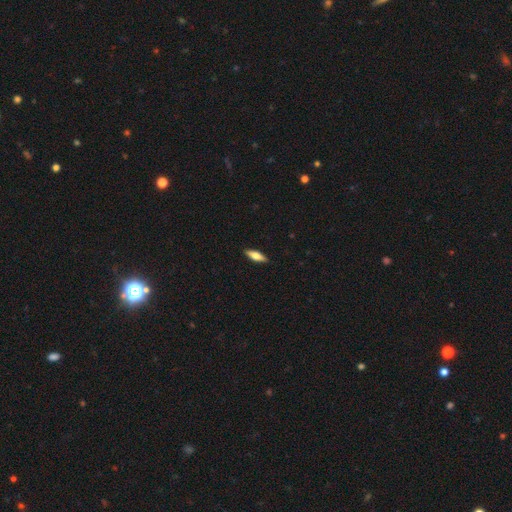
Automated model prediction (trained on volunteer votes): Smooth or featured?
  - smooth: 63% *
  - featured or disk: 30%
  - star or artifact: 6%
How rounded?
  - in between: 55% *
  - cigar-shaped: 42%
  - round: 3%
Merging?
  - none: 90% *
  - minor disturbance: 8%
  - major disturbance: 2%
  - merger: 1%